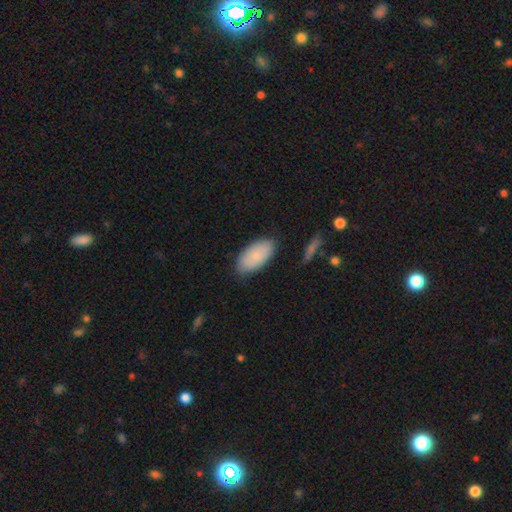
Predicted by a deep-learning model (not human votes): This appears to be a smooth galaxy with no disk features (85%) that is in between round and cigar-shaped (94%). Merging: none (83%).